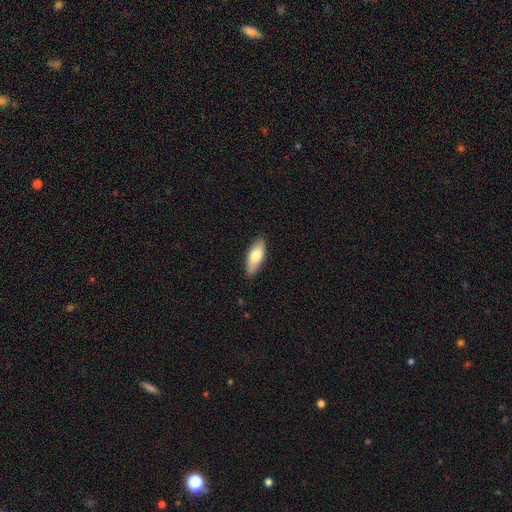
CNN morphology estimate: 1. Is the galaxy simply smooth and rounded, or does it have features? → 76% smooth, 19% featured or disk, 6% star or artifact.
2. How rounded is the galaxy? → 71% in between, 26% cigar-shaped, 2% round.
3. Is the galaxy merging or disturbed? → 86% none, 11% minor disturbance, 2% major disturbance, 1% merger.